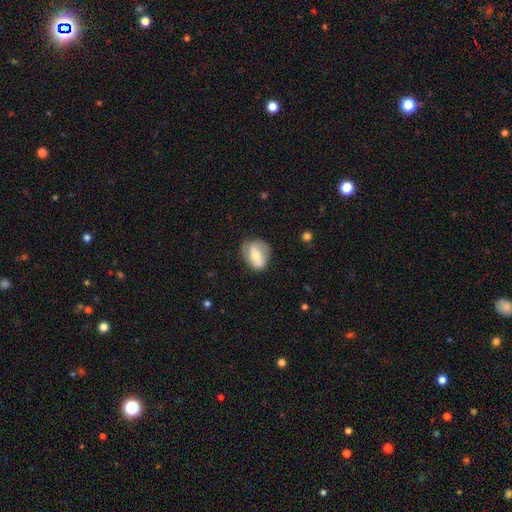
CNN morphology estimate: Smooth or featured? smooth (54%)
How rounded? in between (64%)
Merging? none (67%)